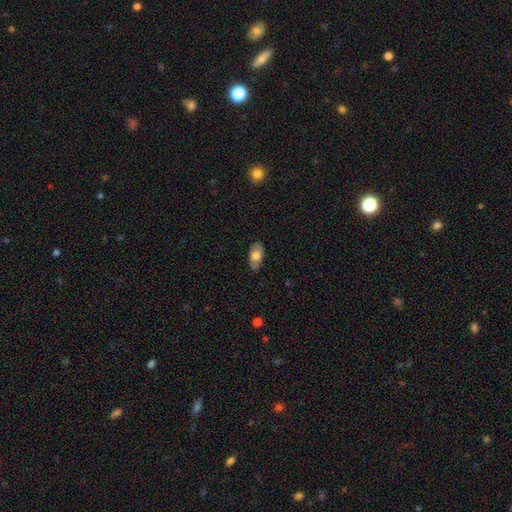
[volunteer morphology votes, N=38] Q: Smooth or featured?
A: smooth (74%); runner-up: featured or disk (26%)
Q: How rounded?
A: in between (89%); runner-up: round (7%)
Q: Merging?
A: none (71%); runner-up: minor disturbance (24%)